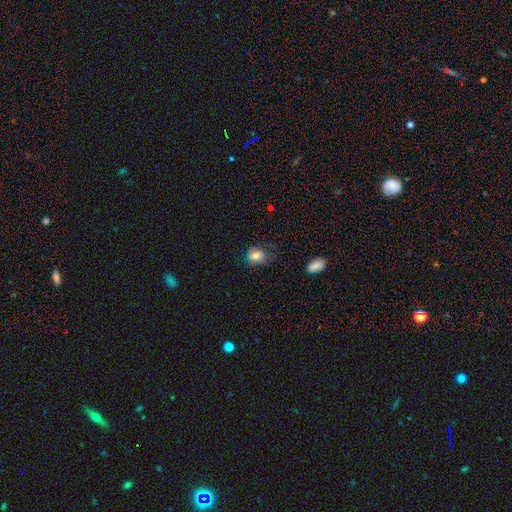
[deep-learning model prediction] Smooth or featured: smooth — 76% (featured or disk — 15%)
How rounded: round — 52% (in between — 47%)
Merging: none — 52% (minor disturbance — 30%)